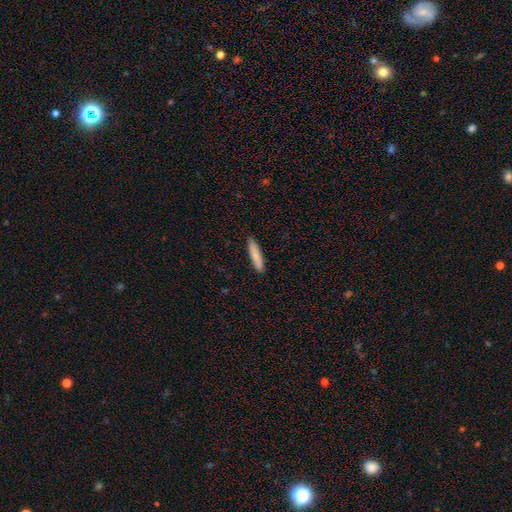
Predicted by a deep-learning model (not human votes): Smooth or featured? smooth (84%)
How rounded? cigar-shaped (83%)
Merging? none (90%)